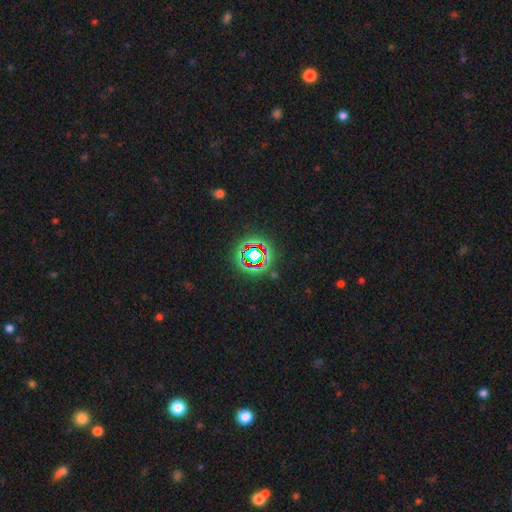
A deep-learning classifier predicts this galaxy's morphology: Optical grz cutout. It shows a star or artifact, not a galaxy (69%).